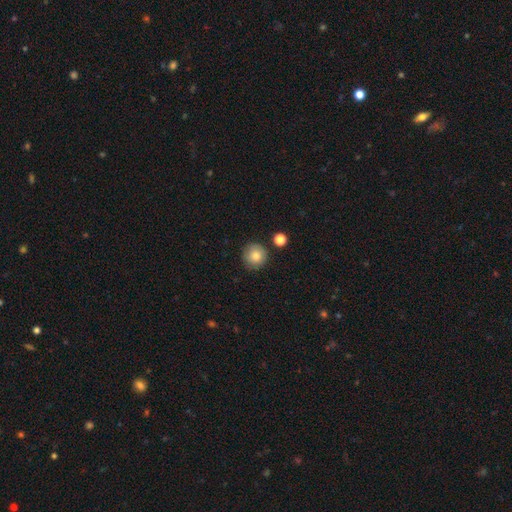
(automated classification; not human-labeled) Q: Smooth or featured?
A: smooth (84%); runner-up: star or artifact (9%)
Q: How rounded?
A: round (94%); runner-up: in between (5%)
Q: Merging?
A: none (85%); runner-up: minor disturbance (9%)